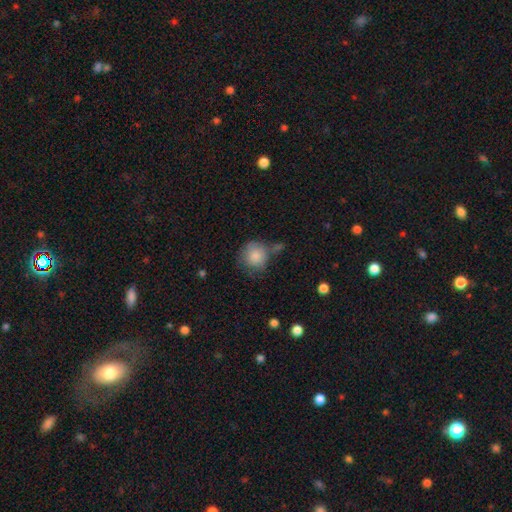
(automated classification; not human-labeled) Morphology: type=smooth (85%); roundness=round (89%); merging=none (54%).